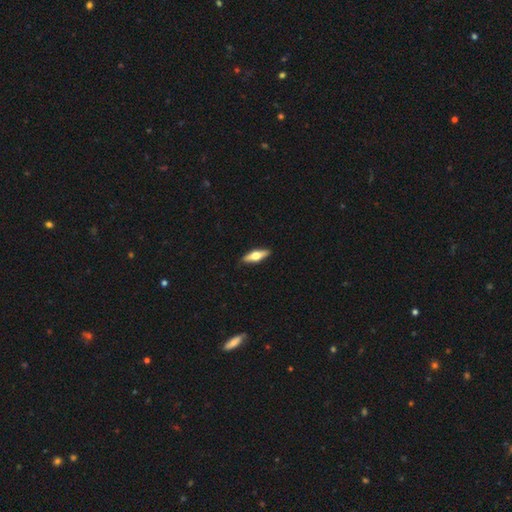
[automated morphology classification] A featured or disk galaxy (53%) viewed edge-on (92%). Merging: none (90%).